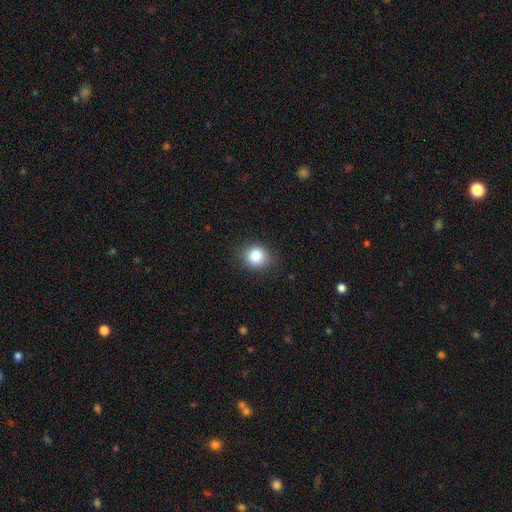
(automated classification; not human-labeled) Q: Smooth or featured?
A: smooth (85%); runner-up: star or artifact (10%)
Q: How rounded?
A: round (75%); runner-up: in between (24%)
Q: Merging?
A: none (83%); runner-up: minor disturbance (13%)